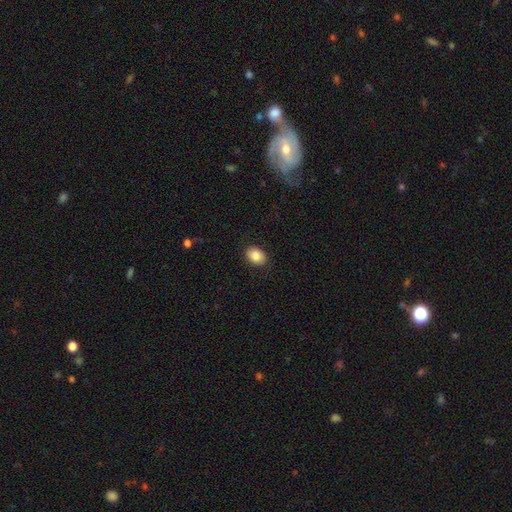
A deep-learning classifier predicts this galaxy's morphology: smooth-or-featured: smooth: 84% | featured or disk: 8% | star or artifact: 8%
  how-rounded: in between: 70% | round: 29% | cigar-shaped: 1%
  merging: none: 86% | minor disturbance: 10% | major disturbance: 3% | merger: 1%